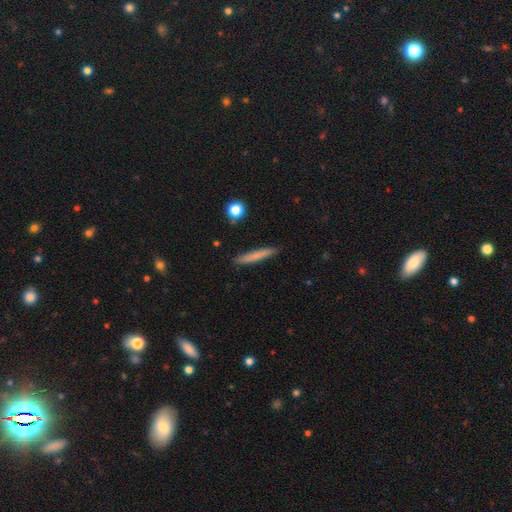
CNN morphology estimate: A smooth galaxy with no disk features (73%) that is cigar-shaped (95%).

Vote fractions:
- Smooth or featured? smooth: 73% / featured or disk: 20% / star or artifact: 7%
- How rounded? cigar-shaped: 95% / in between: 3% / round: 1%
- Merging? none: 89% / minor disturbance: 8% / major disturbance: 2% / merger: 1%